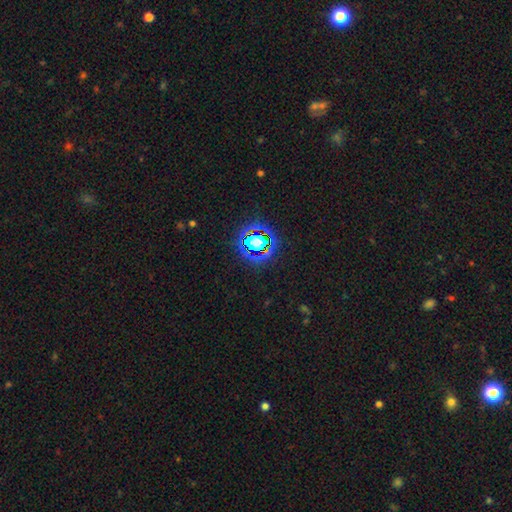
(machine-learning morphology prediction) A star or artifact, not a galaxy (72%).